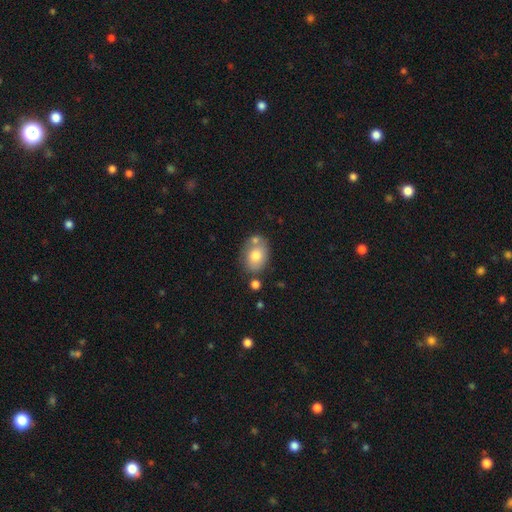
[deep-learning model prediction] Smooth or featured: smooth — 75% (featured or disk — 17%)
How rounded: in between — 70% (round — 29%)
Merging: none — 59% (merger — 19%)